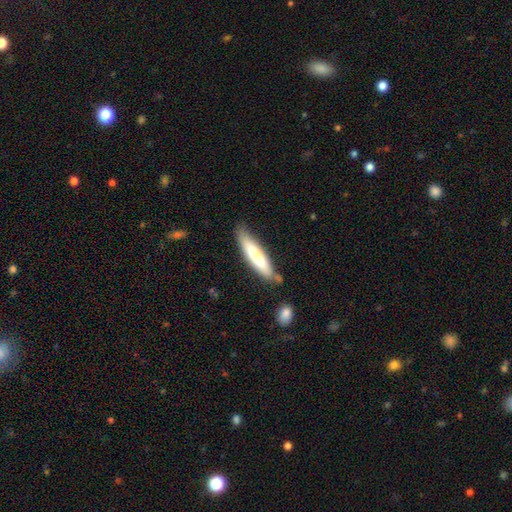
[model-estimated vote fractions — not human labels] smooth-or-featured: smooth: 73% | featured or disk: 21% | star or artifact: 6%
  how-rounded: cigar-shaped: 85% | in between: 14% | round: 1%
  merging: none: 74% | minor disturbance: 18% | merger: 5% | major disturbance: 4%